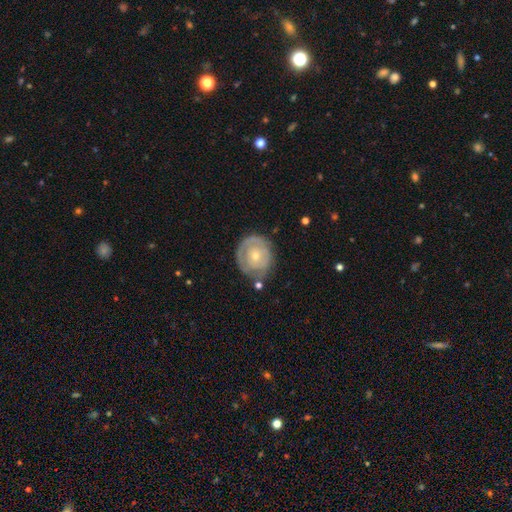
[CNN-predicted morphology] The model was most divided on "spiral arms": yes: 56%, no: 44%. More confident: edge-on disk — no (97%); bar — no (85%); merging — none (65%); smooth or featured — featured or disk (63%); bulge size — small (62%).